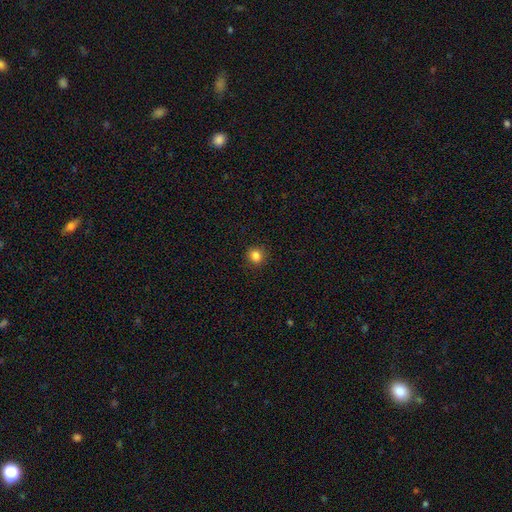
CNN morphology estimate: The model was most divided on "how rounded": round: 85%, in between: 14%, cigar-shaped: 1%. More confident: merging — none (90%); smooth or featured — smooth (84%).